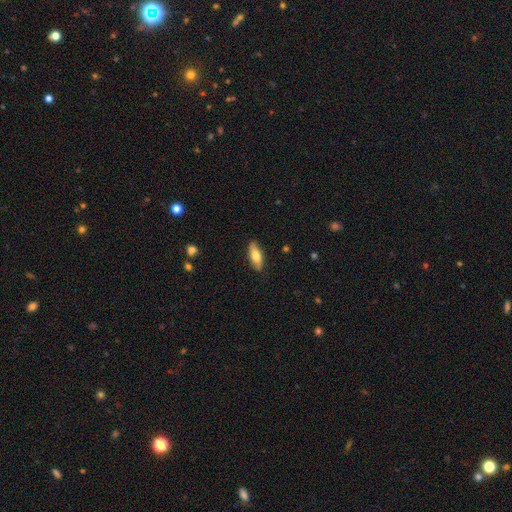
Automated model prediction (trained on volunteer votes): Smooth or featured? smooth (70%)
How rounded? in between (69%)
Merging? none (86%)